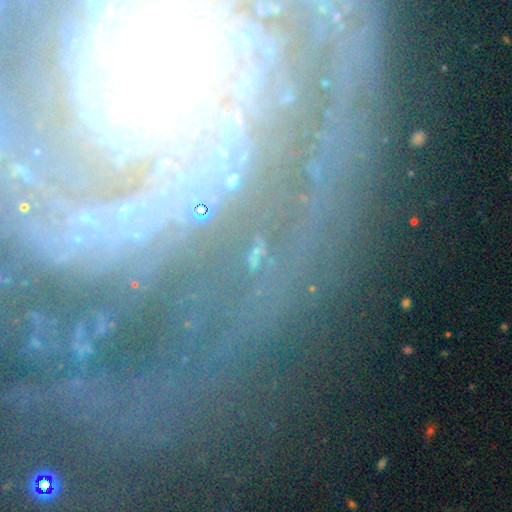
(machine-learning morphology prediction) The model was most divided on "smooth or featured": star or artifact: 65%, smooth: 19%, featured or disk: 16%.